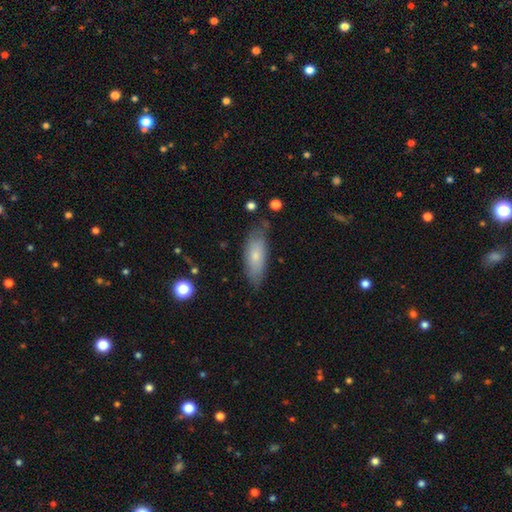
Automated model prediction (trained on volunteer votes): Smooth or featured? smooth (70%)
How rounded? in between (73%)
Merging? none (69%)